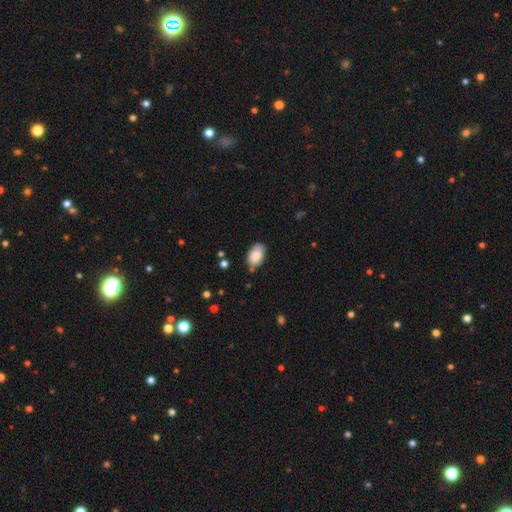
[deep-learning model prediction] This appears to be a smooth galaxy with no disk features (85%) that is in between round and cigar-shaped (93%). Merging: none (75%).